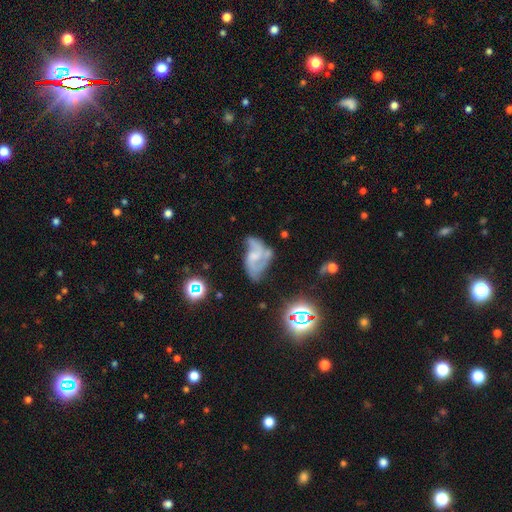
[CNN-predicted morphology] This appears to be a featured or disk galaxy (74%) with no bar (56%), 2 (61%) loose (43%, tied with medium) spiral arms (86%) and a small central bulge (35%). Merging: none (40%).